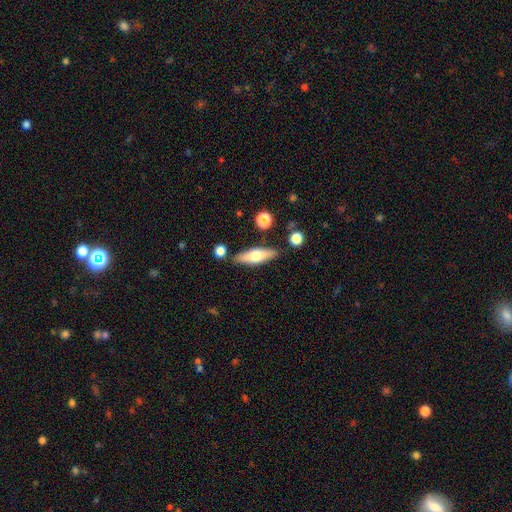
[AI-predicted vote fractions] Smooth or featured? smooth (56%)
How rounded? cigar-shaped (49%)
Merging? none (82%)